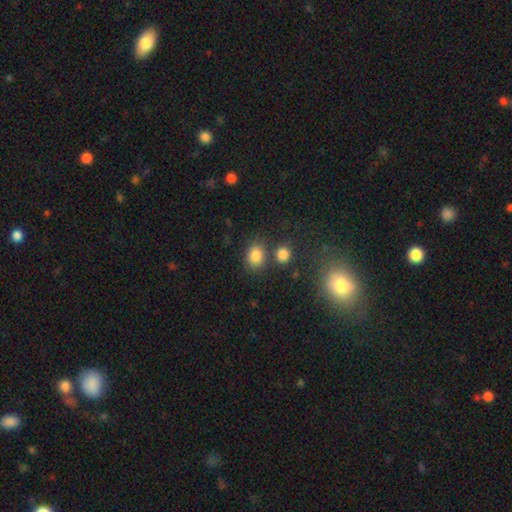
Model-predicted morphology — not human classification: type=smooth (83%); roundness=in between (52%); merging=none (68%).